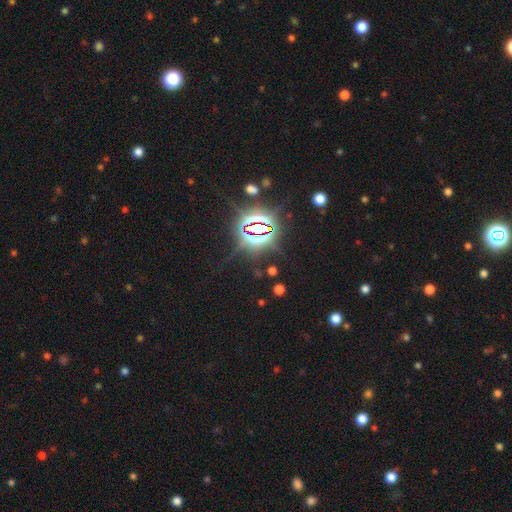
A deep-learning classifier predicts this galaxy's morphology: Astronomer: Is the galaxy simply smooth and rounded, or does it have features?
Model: star or artifact — 84%.